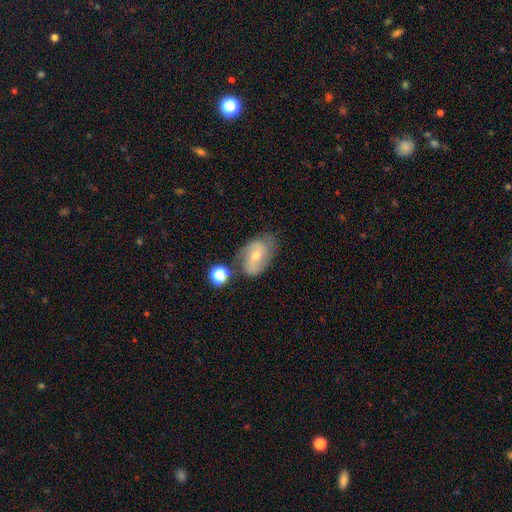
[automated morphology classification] Smooth or featured? Predicted: featured or disk (p=0.55). Edge-on disk? Predicted: no (p=0.95). Bar? Predicted: no (p=0.49). Spiral arms? Predicted: yes (p=0.83). Bulge size? Predicted: small (p=0.51). Merging? Predicted: none (p=0.60).